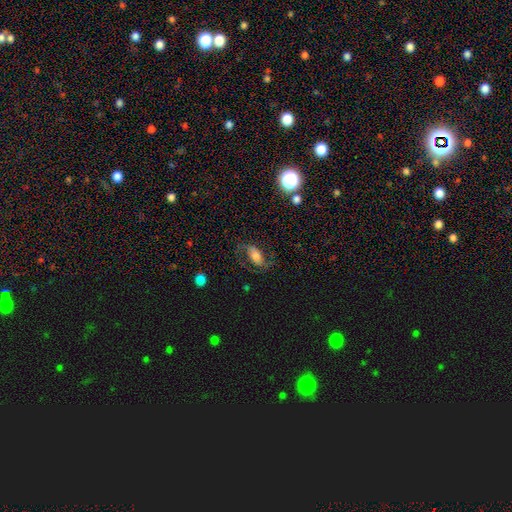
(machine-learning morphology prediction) A featured or disk galaxy (48%). Merging: none (62%).